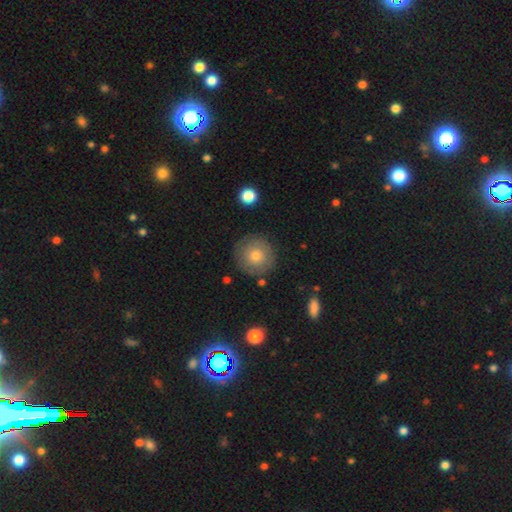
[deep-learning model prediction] Smooth or featured?
  - smooth: 61% *
  - featured or disk: 30%
  - star or artifact: 9%
How rounded?
  - round: 94% *
  - in between: 5%
  - cigar-shaped: 1%
Merging?
  - none: 85% *
  - minor disturbance: 10%
  - major disturbance: 3%
  - merger: 2%